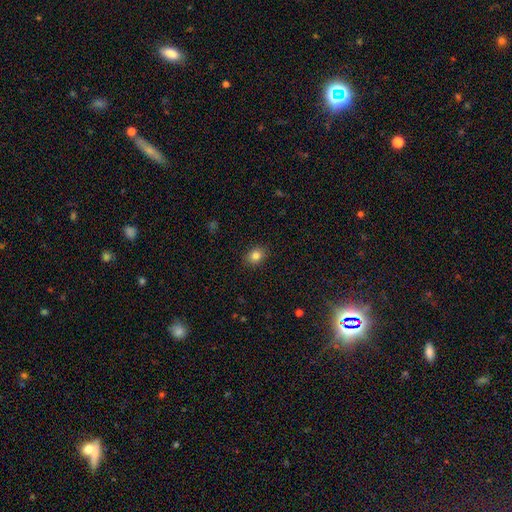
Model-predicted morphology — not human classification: Q: Smooth or featured?
A: smooth (84%); runner-up: star or artifact (11%)
Q: How rounded?
A: in between (52%); runner-up: round (47%)
Q: Merging?
A: none (89%); runner-up: minor disturbance (8%)